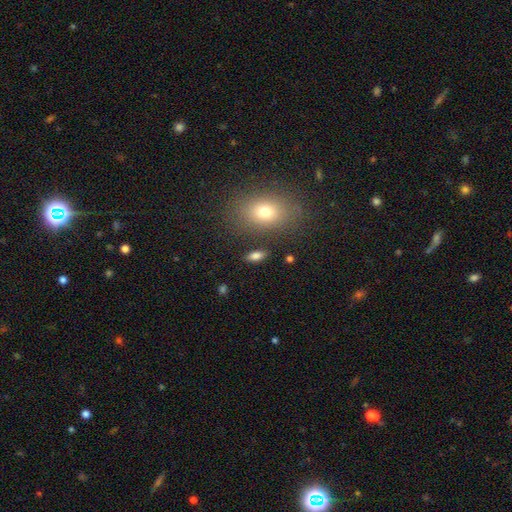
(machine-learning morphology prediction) The model was most divided on "smooth or featured": smooth: 80%, featured or disk: 10%, star or artifact: 10%. More confident: how rounded — in between (86%); merging — none (85%).